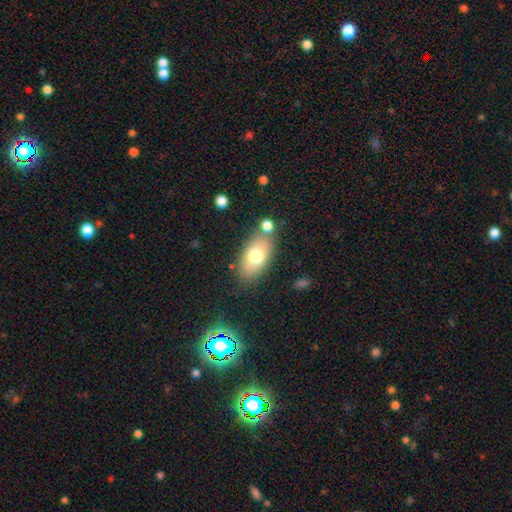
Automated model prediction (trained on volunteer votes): Smooth or featured? Predicted: smooth (p=0.71). How rounded? Predicted: in between (p=0.90). Merging? Predicted: none (p=0.72).